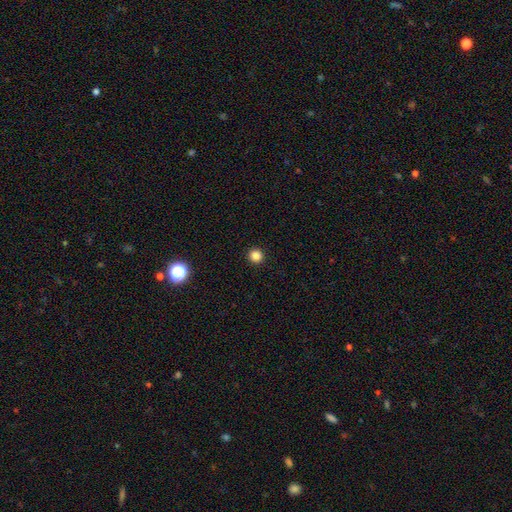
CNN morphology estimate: Q: Smooth or featured?
A: smooth (84%); runner-up: star or artifact (13%)
Q: How rounded?
A: round (95%); runner-up: in between (4%)
Q: Merging?
A: none (94%); runner-up: minor disturbance (4%)